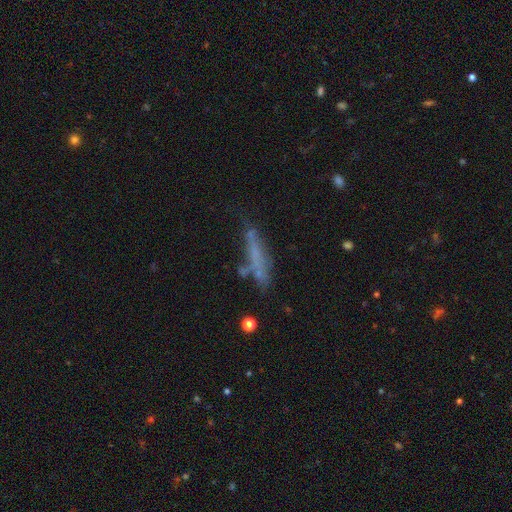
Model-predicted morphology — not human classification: This is possibly a smooth galaxy (52%). How rounded: clearly cigar-shaped (84%). Merging: possibly none (54%).